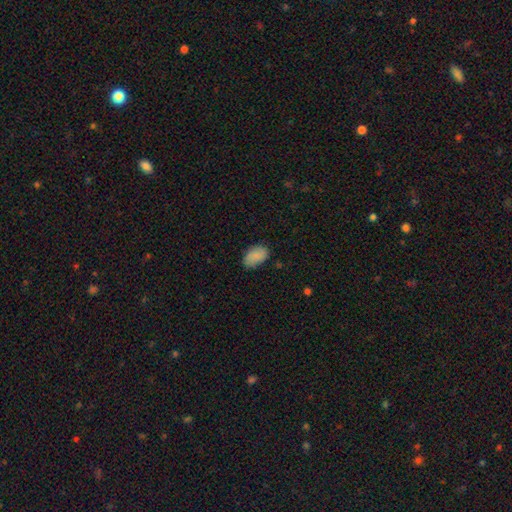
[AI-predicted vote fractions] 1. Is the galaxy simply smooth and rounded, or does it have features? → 85% smooth, 8% star or artifact, 7% featured or disk.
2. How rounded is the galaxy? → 91% in between, 8% round, 1% cigar-shaped.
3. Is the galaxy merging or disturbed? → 73% none, 21% minor disturbance, 4% major disturbance, 1% merger.